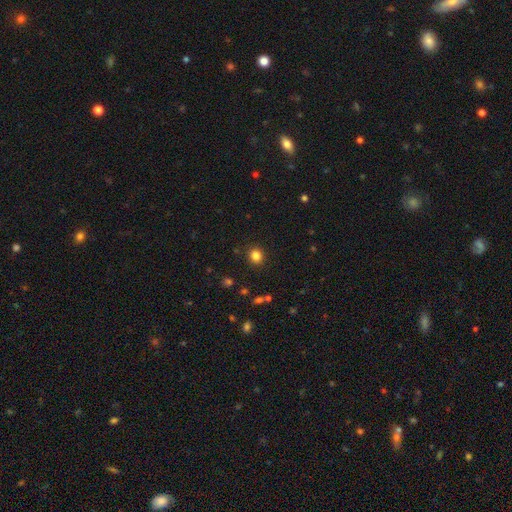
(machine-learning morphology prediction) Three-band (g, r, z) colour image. It shows a smooth galaxy with no disk features (83%) that is round (83%). Merging: none (91%).